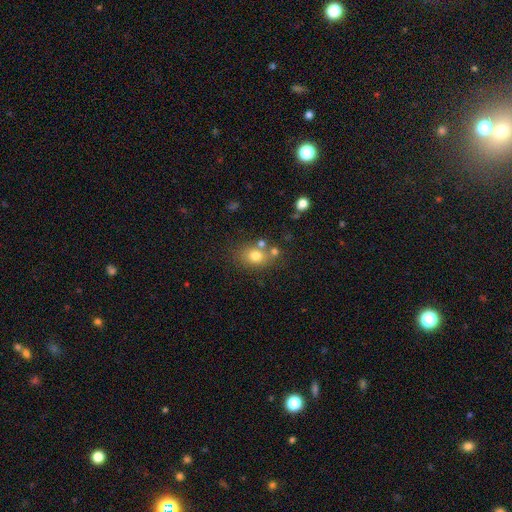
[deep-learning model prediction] smooth-or-featured: smooth: 75% | star or artifact: 13% | featured or disk: 13%
  how-rounded: in between: 52% | round: 47% | cigar-shaped: 1%
  merging: none: 63% | merger: 18% | minor disturbance: 14% | major disturbance: 5%